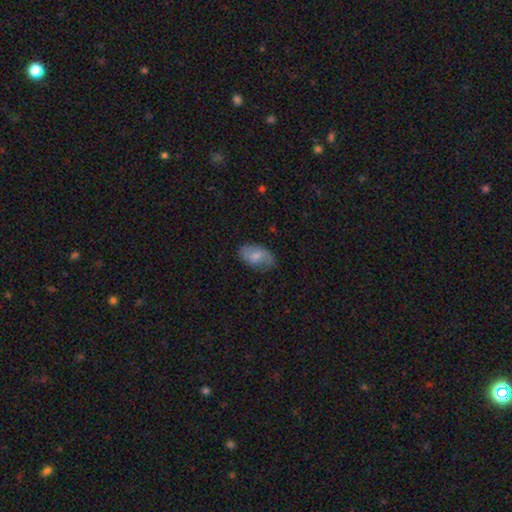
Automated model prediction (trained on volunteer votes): smooth_or_featured: smooth (p=0.59) [alt: featured or disk p=0.33]
how_rounded: in between (p=0.92) [alt: round p=0.07]
merging: none (p=0.67) [alt: minor disturbance p=0.24]